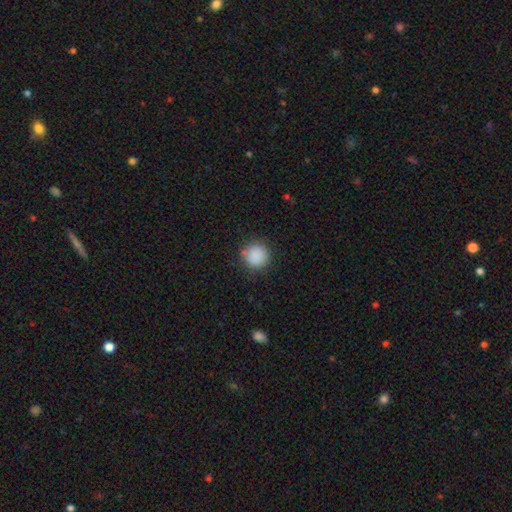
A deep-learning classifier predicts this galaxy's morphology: Smooth or featured? smooth (87%)
How rounded? round (93%)
Merging? none (85%)